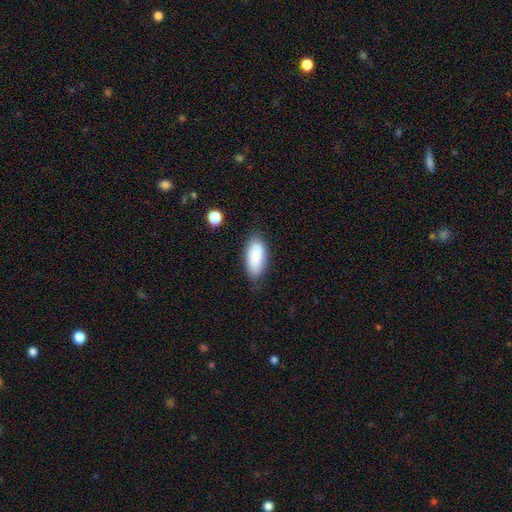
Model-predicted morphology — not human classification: Q: Smooth or featured?
A: smooth (85%); runner-up: featured or disk (8%)
Q: How rounded?
A: in between (89%); runner-up: cigar-shaped (9%)
Q: Merging?
A: none (76%); runner-up: minor disturbance (18%)